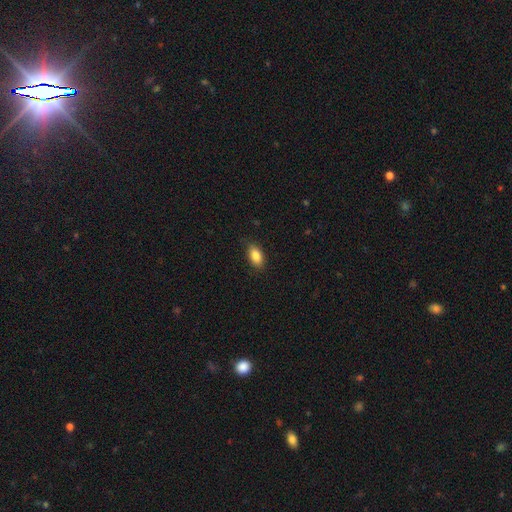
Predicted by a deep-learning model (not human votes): A smooth galaxy with no disk features (86%) that is in between round and cigar-shaped (91%). Merging: none (85%).